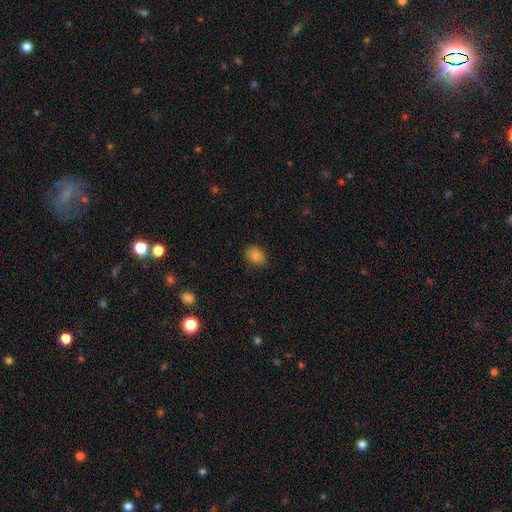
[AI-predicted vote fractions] smooth_or_featured: smooth (p=0.81) [alt: featured or disk p=0.10]
how_rounded: in between (p=0.69) [alt: round p=0.30]
merging: none (p=0.80) [alt: minor disturbance p=0.17]